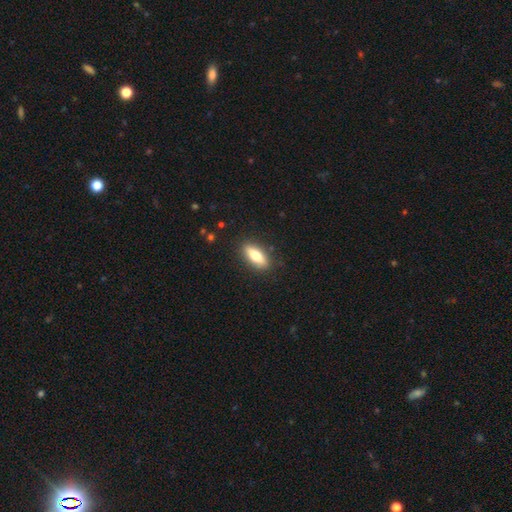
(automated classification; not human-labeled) A smooth galaxy with no disk features (68%) that is in between round and cigar-shaped (69%).

Vote fractions:
- Smooth or featured? smooth: 68% / featured or disk: 26% / star or artifact: 6%
- How rounded? in between: 69% / cigar-shaped: 28% / round: 3%
- Merging? none: 87% / minor disturbance: 10% / major disturbance: 2% / merger: 1%